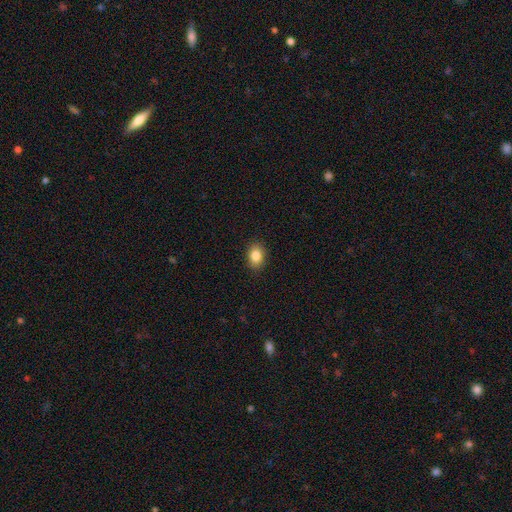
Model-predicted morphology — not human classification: This is clearly a smooth galaxy (85%). How rounded: likely in between (73%). Merging: clearly none (89%).